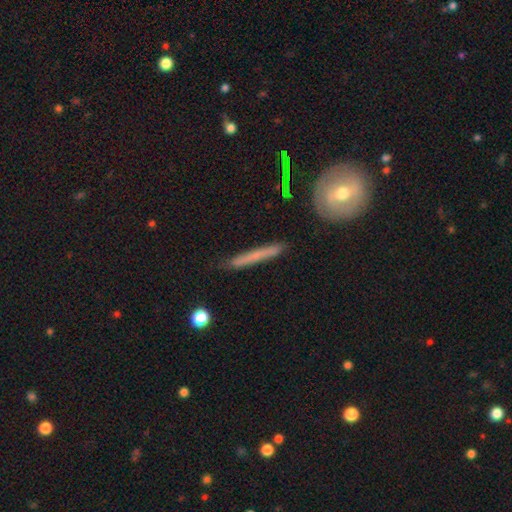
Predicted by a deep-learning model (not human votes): This is possibly a smooth galaxy (57%). How rounded: clearly cigar-shaped (95%). Merging: clearly none (85%).